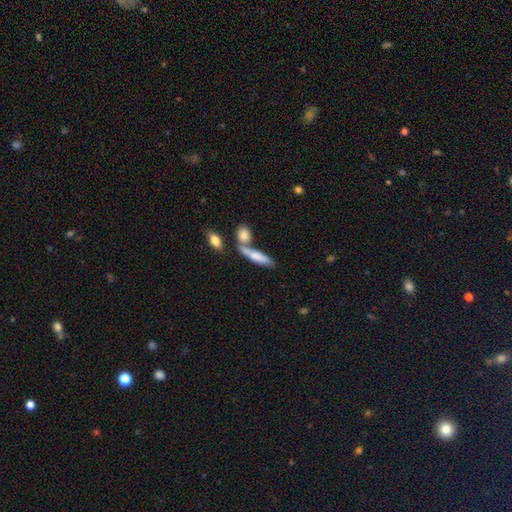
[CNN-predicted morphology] A smooth galaxy with no disk features (69%) that is cigar-shaped (67%). Merging: none (52%).